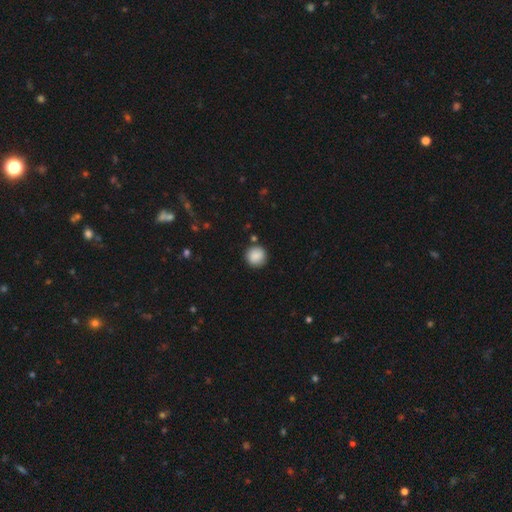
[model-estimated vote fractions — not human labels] smooth 88%, star or artifact 8%, featured or disk 4%. Down the decision tree: how rounded — round (93%); merging — none (86%).